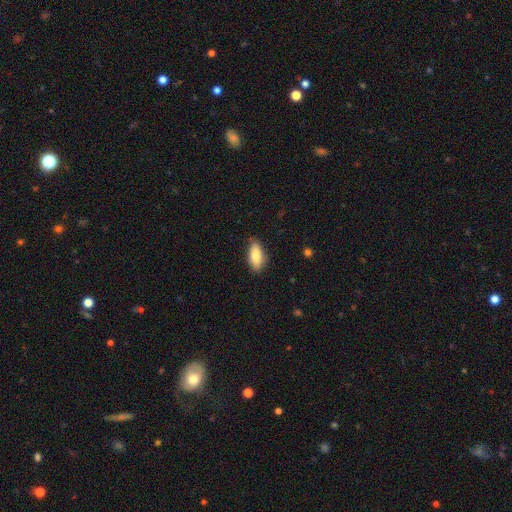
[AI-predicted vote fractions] A smooth galaxy with no disk features (84%) that is in between round and cigar-shaped (84%).

Vote fractions:
- Smooth or featured? smooth: 84% / featured or disk: 10% / star or artifact: 6%
- How rounded? in between: 84% / cigar-shaped: 14% / round: 2%
- Merging? none: 83% / minor disturbance: 14% / major disturbance: 2% / merger: 1%